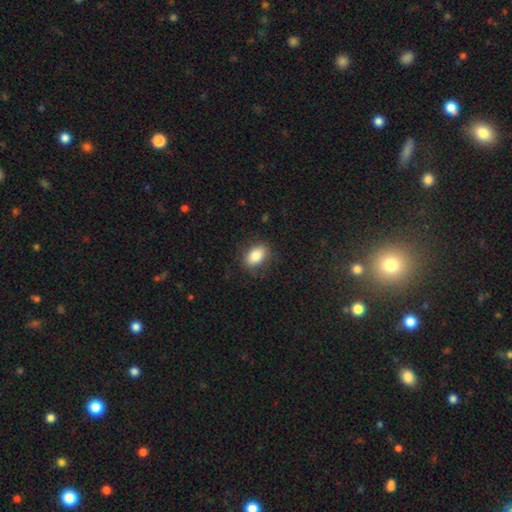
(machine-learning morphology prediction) Smooth or featured?
  - smooth: 83% *
  - featured or disk: 9%
  - star or artifact: 8%
How rounded?
  - in between: 84% *
  - round: 14%
  - cigar-shaped: 2%
Merging?
  - none: 82% *
  - minor disturbance: 13%
  - major disturbance: 4%
  - merger: 1%